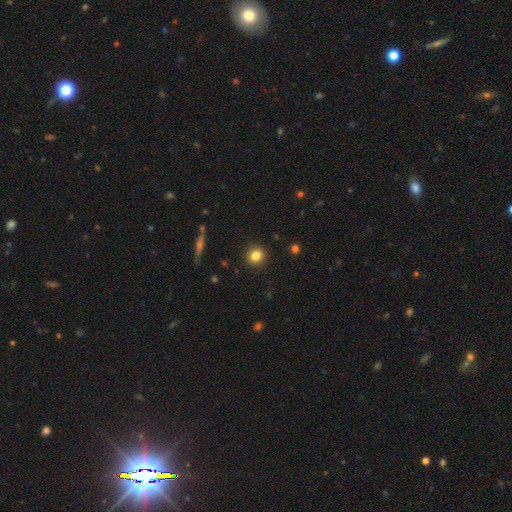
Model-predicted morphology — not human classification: Smooth or featured? Predicted: smooth (p=0.82). How rounded? Predicted: round (p=0.87). Merging? Predicted: none (p=0.91).